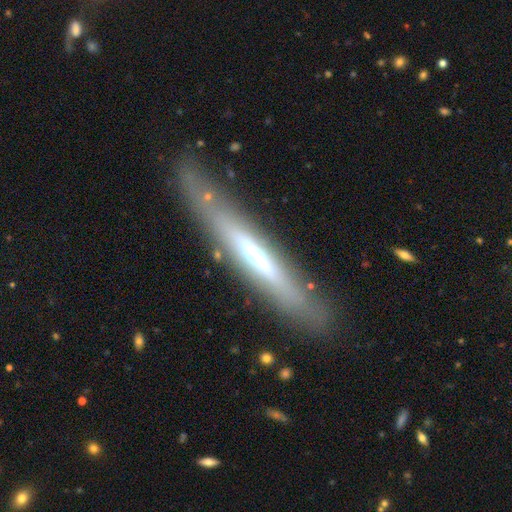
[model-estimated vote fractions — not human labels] Q: Smooth or featured?
A: featured or disk (65%); runner-up: smooth (28%)
Q: Edge-on disk?
A: yes (85%); runner-up: no (15%)
Q: Edge-on bulge?
A: rounded (59%); runner-up: none (31%)
Q: Merging?
A: none (82%); runner-up: minor disturbance (12%)